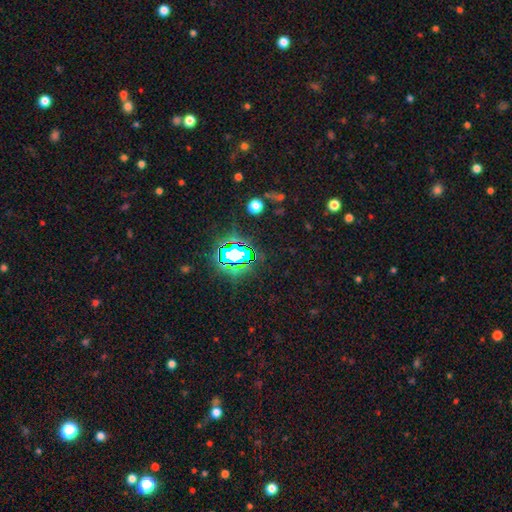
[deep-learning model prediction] Overall: star or artifact (80%).